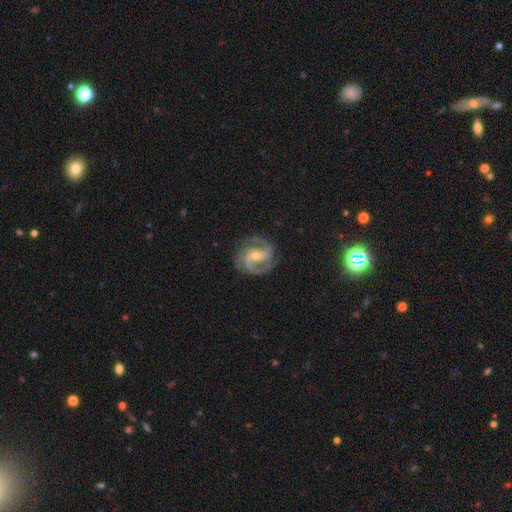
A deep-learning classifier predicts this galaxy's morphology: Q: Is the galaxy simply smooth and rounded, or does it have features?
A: featured or disk — 91%.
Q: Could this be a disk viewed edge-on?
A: no — 98%.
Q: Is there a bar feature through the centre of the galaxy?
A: weak — 44%.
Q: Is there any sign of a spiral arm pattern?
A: yes — 98%.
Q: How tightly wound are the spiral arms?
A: medium — 56%.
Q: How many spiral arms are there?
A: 2 — 79%.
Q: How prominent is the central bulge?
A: moderate — 51%.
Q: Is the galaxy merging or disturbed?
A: none — 79%.